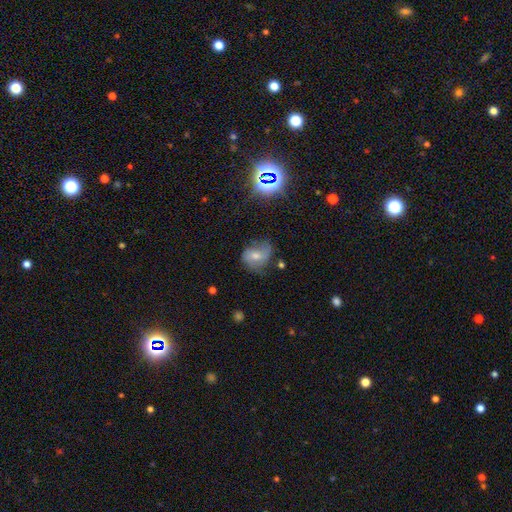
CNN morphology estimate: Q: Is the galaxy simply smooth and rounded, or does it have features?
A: featured or disk — 52%.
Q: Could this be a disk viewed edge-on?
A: no — 96%.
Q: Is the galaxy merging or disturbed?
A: none — 56%.